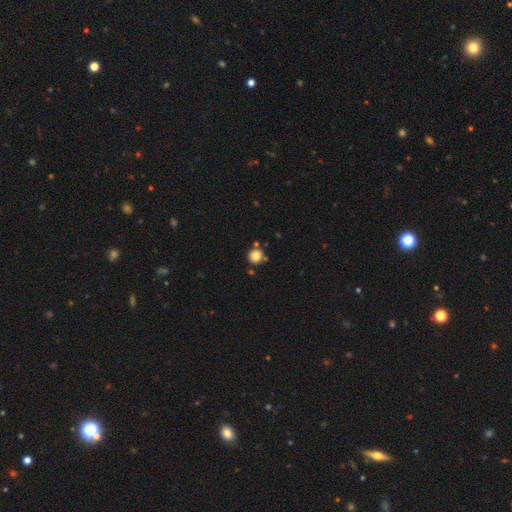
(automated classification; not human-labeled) Overall: smooth (82%). How rounded: round (94%). Merging: none (81%).